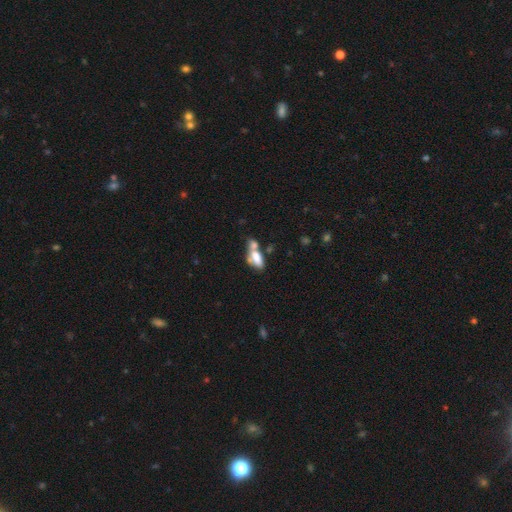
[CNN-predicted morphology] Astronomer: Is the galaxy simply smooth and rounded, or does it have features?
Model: smooth — 67%.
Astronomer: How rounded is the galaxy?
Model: in between — 79%.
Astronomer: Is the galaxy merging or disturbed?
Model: merger — 54%.